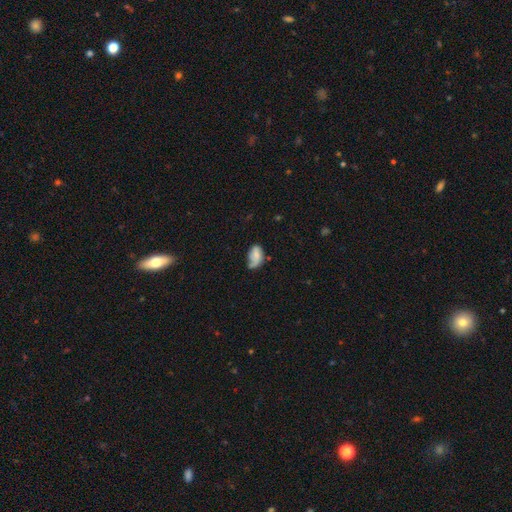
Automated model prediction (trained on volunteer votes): A smooth galaxy with no disk features (55%) that is in between round and cigar-shaped (90%).

Vote fractions:
- Smooth or featured? smooth: 55% / featured or disk: 36% / star or artifact: 8%
- How rounded? in between: 90% / round: 8% / cigar-shaped: 2%
- Merging? none: 42% / minor disturbance: 35% / major disturbance: 19% / merger: 4%